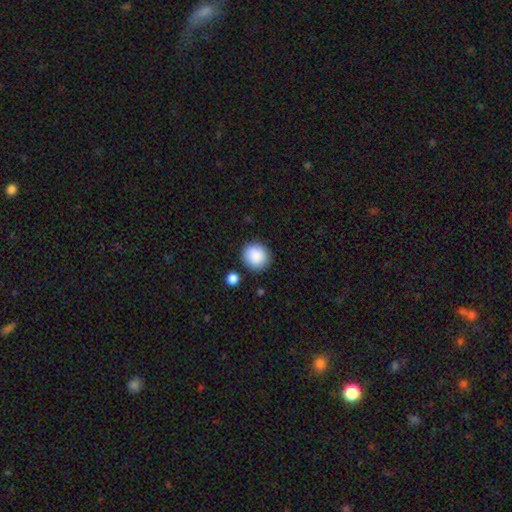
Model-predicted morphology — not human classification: Smooth or featured: smooth — 89% (star or artifact — 7%)
How rounded: round — 87% (in between — 12%)
Merging: none — 85% (minor disturbance — 9%)